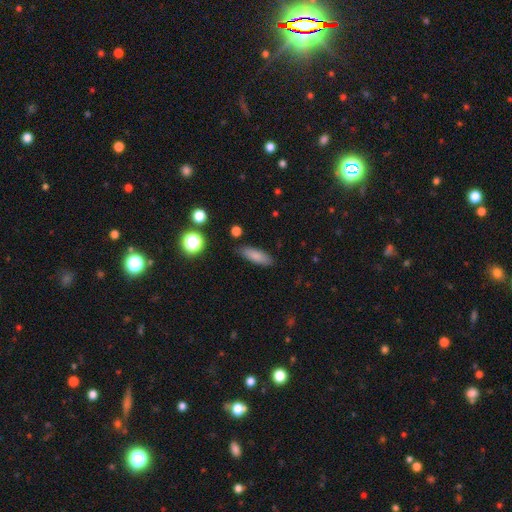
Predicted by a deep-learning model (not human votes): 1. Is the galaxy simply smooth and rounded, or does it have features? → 82% smooth, 10% featured or disk, 9% star or artifact.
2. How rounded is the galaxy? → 55% in between, 43% cigar-shaped, 3% round.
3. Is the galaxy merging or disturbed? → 85% none, 11% minor disturbance, 3% major disturbance, 2% merger.